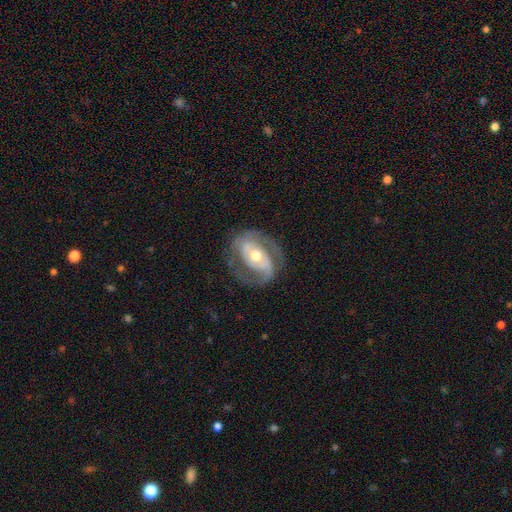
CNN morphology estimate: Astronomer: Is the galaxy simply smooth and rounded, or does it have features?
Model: featured or disk — 83%.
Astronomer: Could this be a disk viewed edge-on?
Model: no — 96%.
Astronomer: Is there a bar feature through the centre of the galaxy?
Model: no — 47% (runner-up: weak, 31%).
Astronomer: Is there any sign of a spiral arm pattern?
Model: yes — 88%.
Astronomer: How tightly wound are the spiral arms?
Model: medium — 44% (runner-up: tight, 39%).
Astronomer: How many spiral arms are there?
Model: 2 — 78%.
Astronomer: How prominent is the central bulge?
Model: moderate — 72%.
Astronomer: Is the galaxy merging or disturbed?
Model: none — 68%.